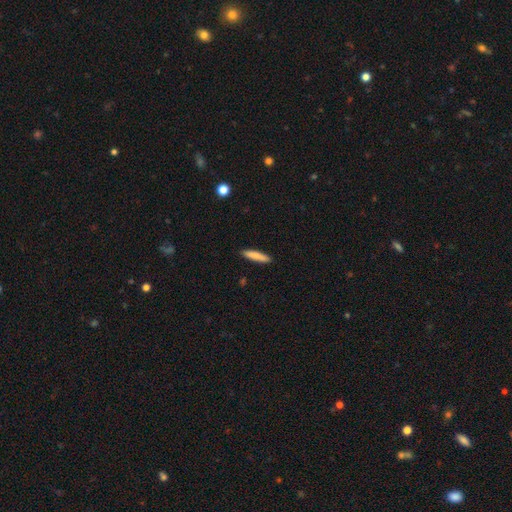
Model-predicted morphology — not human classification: Smooth or featured: smooth — 83% (featured or disk — 11%)
How rounded: cigar-shaped — 87% (in between — 11%)
Merging: none — 90% (minor disturbance — 7%)